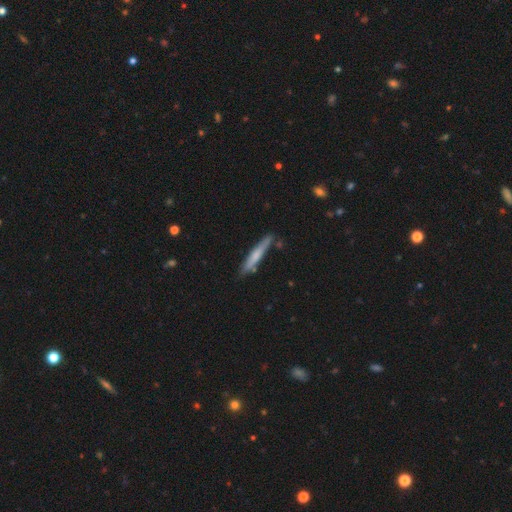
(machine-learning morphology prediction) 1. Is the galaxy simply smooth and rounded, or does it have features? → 59% smooth, 36% featured or disk, 6% star or artifact.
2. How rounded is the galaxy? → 93% cigar-shaped, 5% in between, 1% round.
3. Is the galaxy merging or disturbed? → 79% none, 14% minor disturbance, 4% merger, 2% major disturbance.